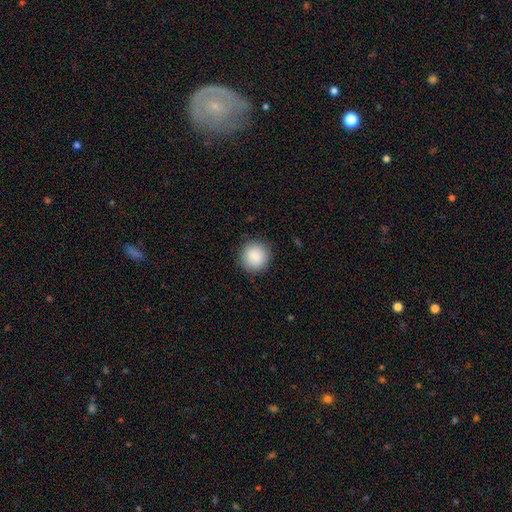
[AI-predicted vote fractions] Q: Smooth or featured?
A: smooth (89%); runner-up: star or artifact (7%)
Q: How rounded?
A: round (94%); runner-up: in between (5%)
Q: Merging?
A: none (90%); runner-up: minor disturbance (7%)